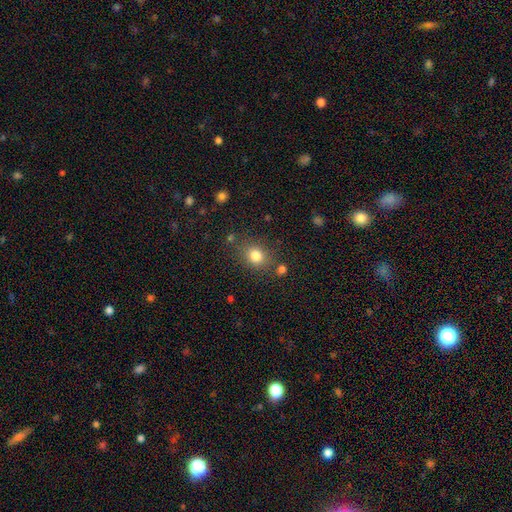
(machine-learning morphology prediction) A smooth galaxy with no disk features (80%) that is round (63%). Merging: none (78%).